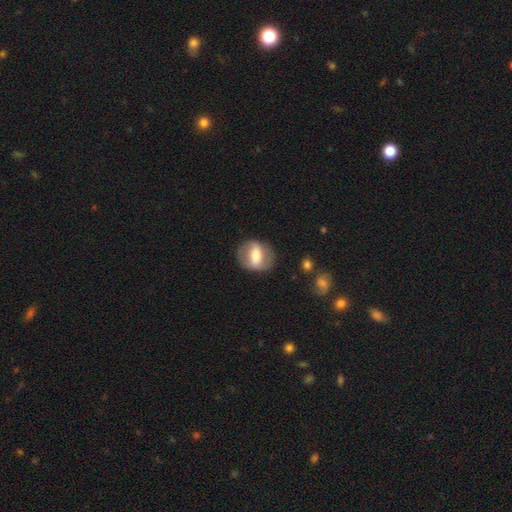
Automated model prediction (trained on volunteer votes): Morphology: type=smooth (48%); merging=none (77%).